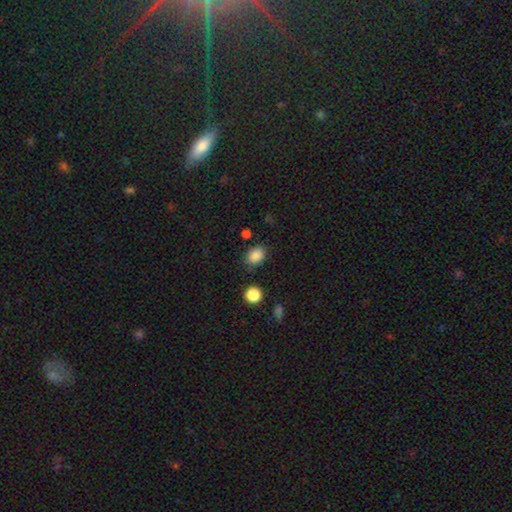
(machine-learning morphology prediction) Smooth or featured? Predicted: smooth (p=0.85). How rounded? Predicted: in between (p=0.56). Merging? Predicted: none (p=0.79).